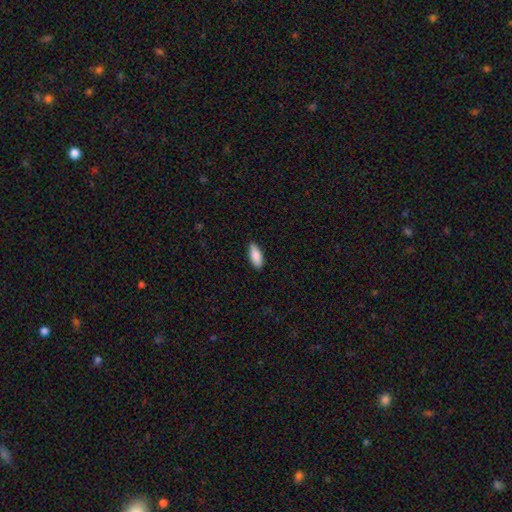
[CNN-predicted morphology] smooth-or-featured: smooth: 89% | star or artifact: 6% | featured or disk: 5%
  how-rounded: in between: 83% | cigar-shaped: 16% | round: 2%
  merging: none: 88% | minor disturbance: 9% | major disturbance: 2% | merger: 1%